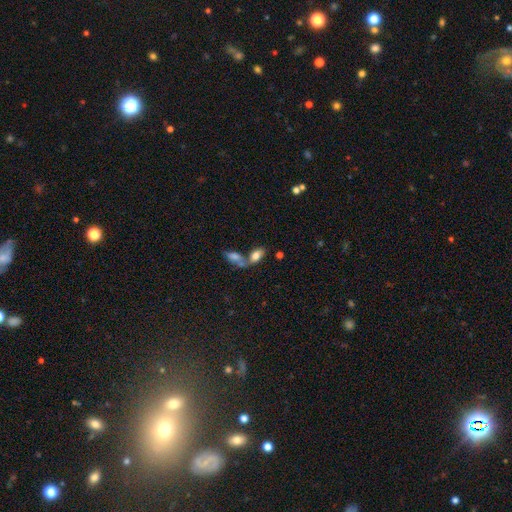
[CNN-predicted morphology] Smooth or featured?
  - smooth: 76% *
  - featured or disk: 15%
  - star or artifact: 9%
How rounded?
  - in between: 89% *
  - cigar-shaped: 6%
  - round: 4%
Merging?
  - merger: 50% *
  - none: 35%
  - minor disturbance: 10%
  - major disturbance: 5%